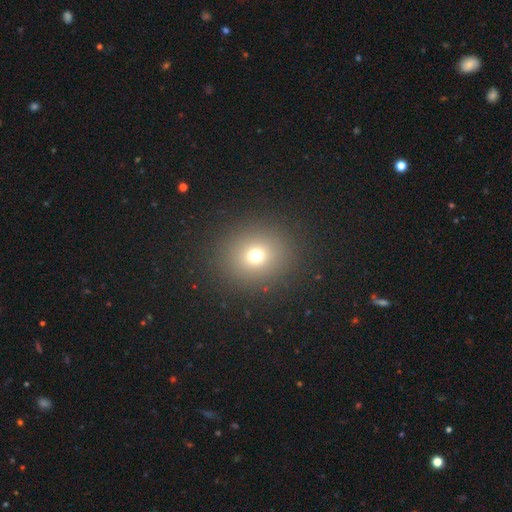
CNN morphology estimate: type=smooth (70%); roundness=round (84%); merging=none (88%).